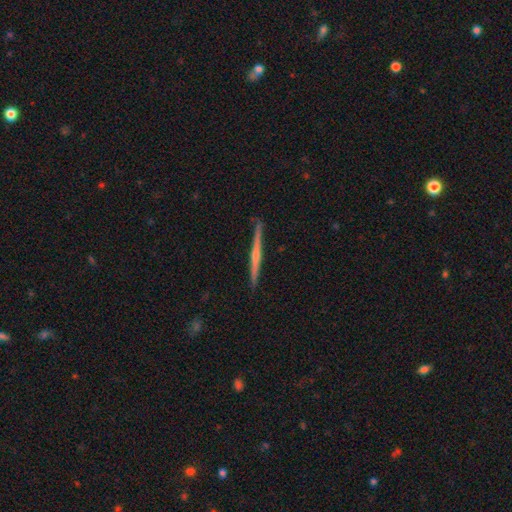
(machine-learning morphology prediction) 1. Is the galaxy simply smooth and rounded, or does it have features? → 69% featured or disk, 26% smooth, 5% star or artifact.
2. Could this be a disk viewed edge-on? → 98% yes, 2% no.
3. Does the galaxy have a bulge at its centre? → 59% rounded, 33% none, 8% boxy.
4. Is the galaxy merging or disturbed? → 90% none, 7% minor disturbance, 1% major disturbance, 1% merger.